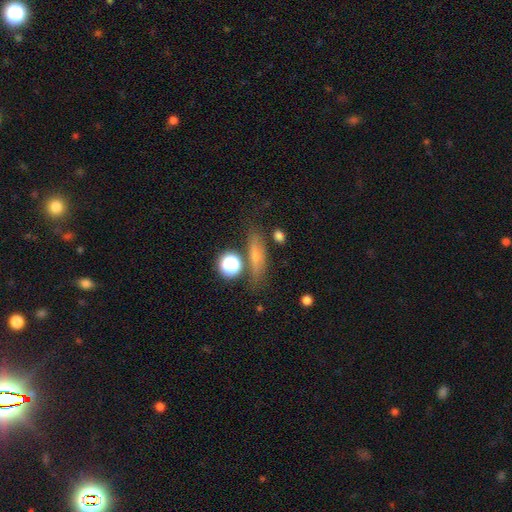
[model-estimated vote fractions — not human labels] A smooth galaxy with no disk features (55%) that is cigar-shaped (52%). Merging: none (72%).